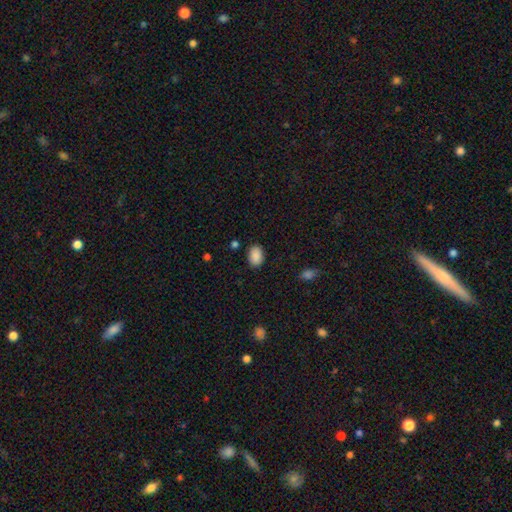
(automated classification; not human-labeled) Smooth or featured? smooth (89%)
How rounded? in between (81%)
Merging? none (85%)